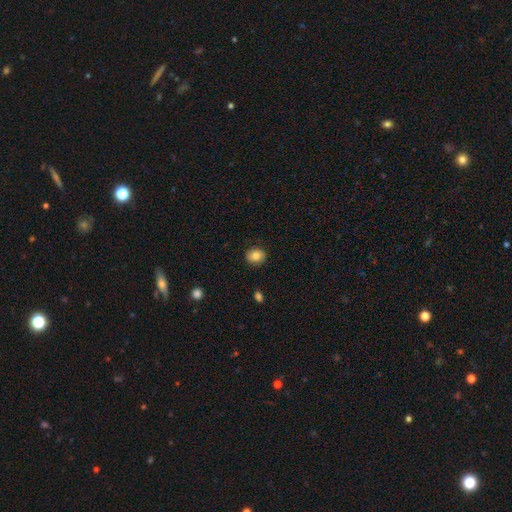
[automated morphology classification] type=smooth (82%); roundness=round (65%); merging=none (87%).